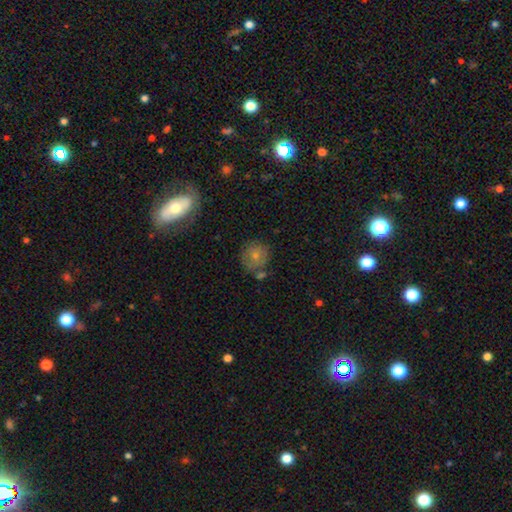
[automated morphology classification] This is likely a smooth galaxy (75%). How rounded: clearly round (89%). Merging: likely none (67%).